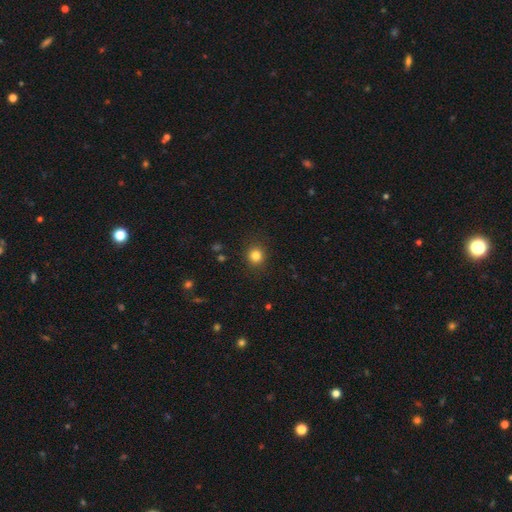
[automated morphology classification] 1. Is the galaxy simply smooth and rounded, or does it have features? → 82% smooth, 13% star or artifact, 5% featured or disk.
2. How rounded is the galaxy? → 90% round, 9% in between, 1% cigar-shaped.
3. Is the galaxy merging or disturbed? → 89% none, 7% minor disturbance, 3% major disturbance, 1% merger.